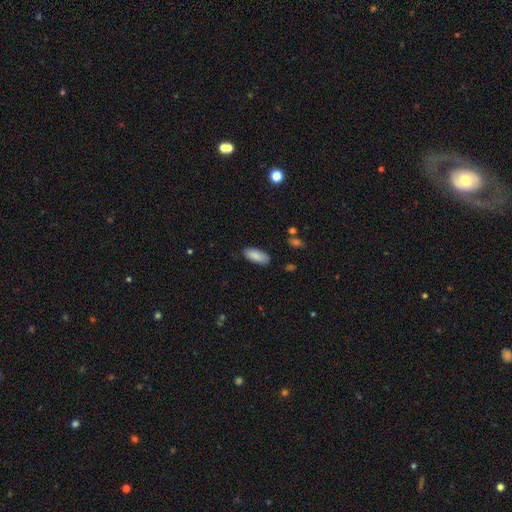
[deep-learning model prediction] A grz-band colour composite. It shows a smooth galaxy with no disk features (86%) that is in between round and cigar-shaped (84%). Merging: none (84%).